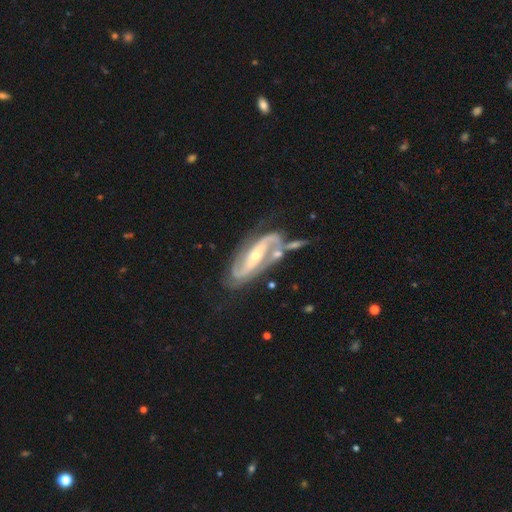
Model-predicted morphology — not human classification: The model was most divided on "spiral winding": medium: 47%, tight: 33%, loose: 20%. Remaining: spiral arms — yes (97%); edge-on disk — no (94%); smooth or featured — featured or disk (90%); spiral arm count — 2 (89%); bulge size — small (58%); merging — none (56%); bar — strong (46%).